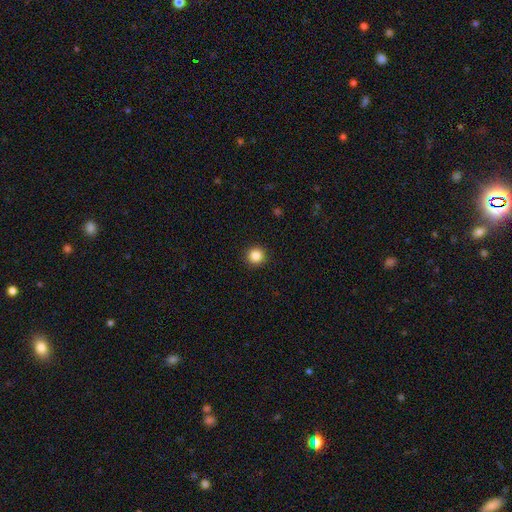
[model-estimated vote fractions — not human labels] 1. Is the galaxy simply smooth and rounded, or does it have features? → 86% smooth, 10% star or artifact, 4% featured or disk.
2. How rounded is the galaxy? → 95% round, 4% in between, 1% cigar-shaped.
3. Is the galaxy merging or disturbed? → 93% none, 5% minor disturbance, 2% major disturbance, 1% merger.